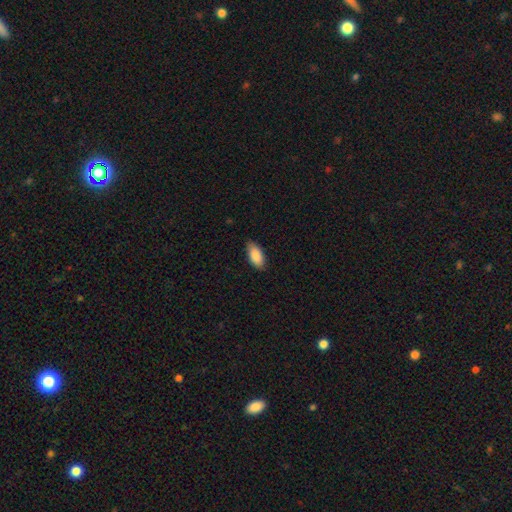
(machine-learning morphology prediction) The model was most divided on "merging": none: 83%, minor disturbance: 14%, major disturbance: 2%, merger: 1%. More confident: how rounded — in between (91%); smooth or featured — smooth (88%).